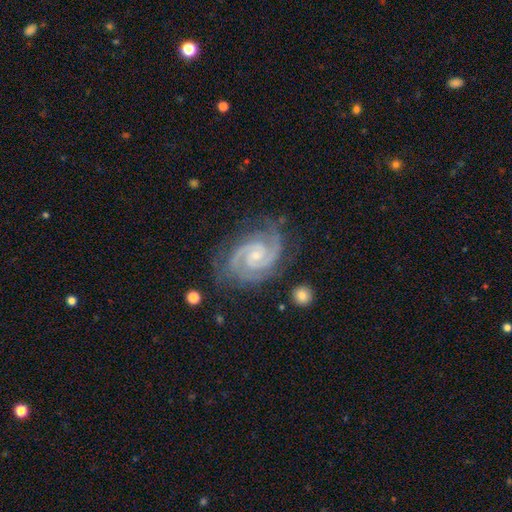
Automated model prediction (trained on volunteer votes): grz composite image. It shows a featured or disk galaxy (93%) with no bar (53%), 2 (83%) tight (61%) spiral arms (99%) and a small central bulge (70%). Merging: none (74%).